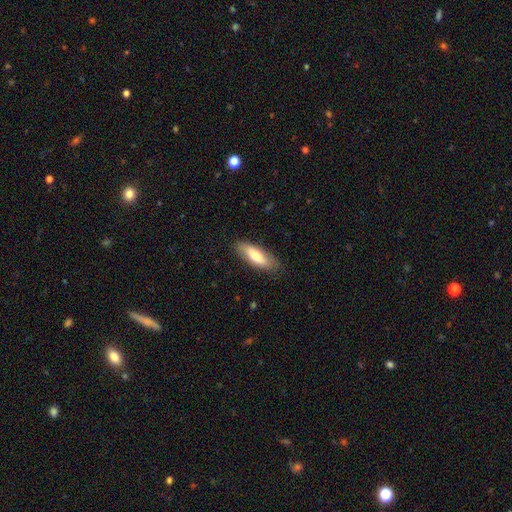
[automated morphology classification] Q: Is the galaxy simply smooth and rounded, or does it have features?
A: smooth — 71%.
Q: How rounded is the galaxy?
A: in between — 59%.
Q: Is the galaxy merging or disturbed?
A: none — 82%.